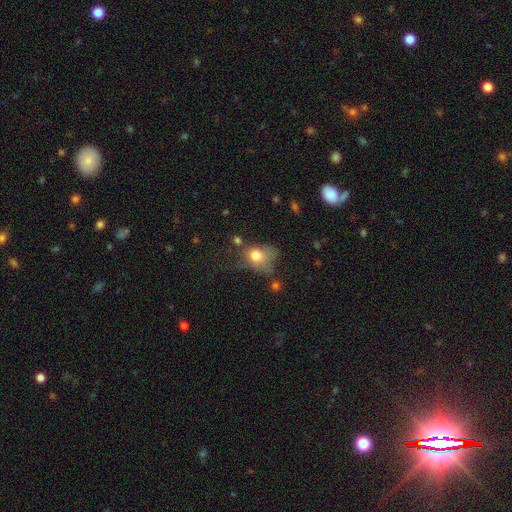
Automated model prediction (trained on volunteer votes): This is likely a smooth galaxy (71%). How rounded: possibly in between (55%). Merging: marginally major disturbance (36%).